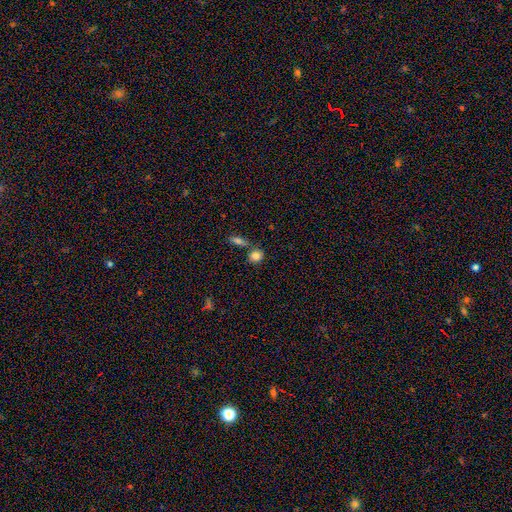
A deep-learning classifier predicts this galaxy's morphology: This is clearly a smooth galaxy (84%). How rounded: likely round (72%). Merging: likely none (65%).